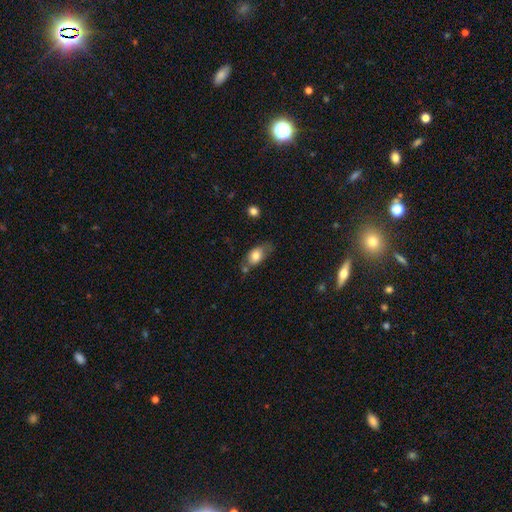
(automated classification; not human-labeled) The model was most divided on "merging": none: 49%, minor disturbance: 29%, merger: 11%, major disturbance: 11%. More confident: how rounded — in between (84%); smooth or featured — smooth (74%).